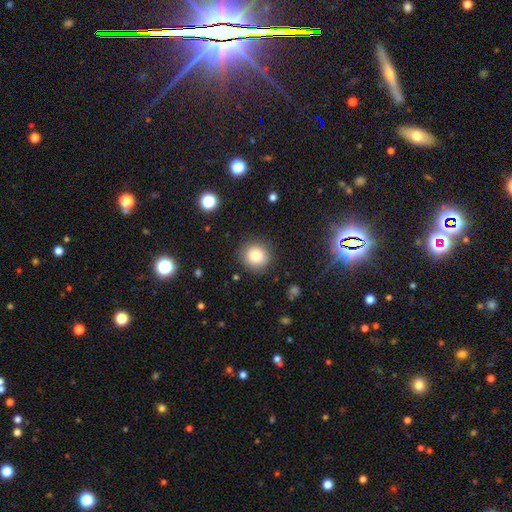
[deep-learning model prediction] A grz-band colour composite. It shows a smooth galaxy with no disk features (82%) that is round (91%). Merging: none (88%).